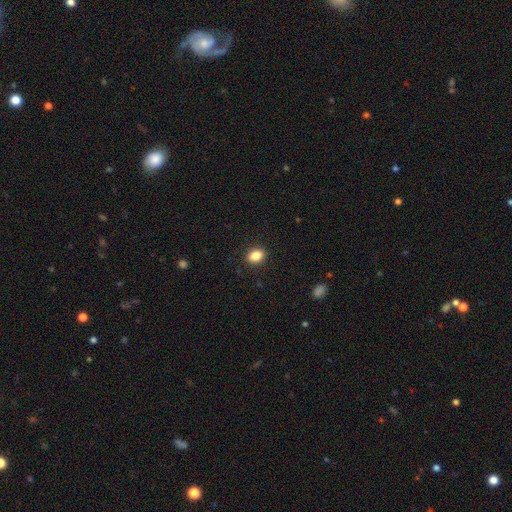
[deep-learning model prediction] A smooth galaxy with no disk features (86%) that is in between round and cigar-shaped (66%).

Vote fractions:
- Smooth or featured? smooth: 86% / star or artifact: 9% / featured or disk: 5%
- How rounded? in between: 66% / round: 33% / cigar-shaped: 1%
- Merging? none: 90% / minor disturbance: 7% / major disturbance: 2% / merger: 1%